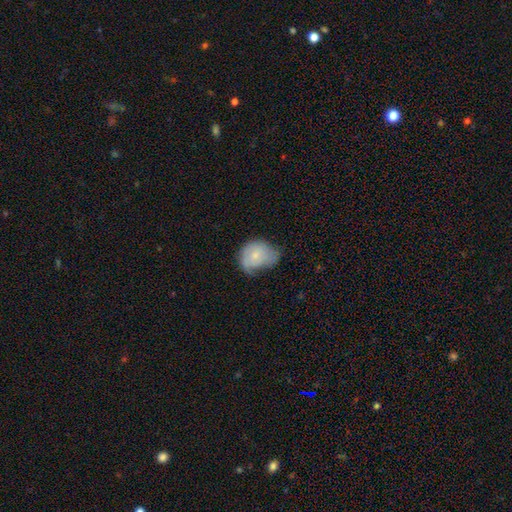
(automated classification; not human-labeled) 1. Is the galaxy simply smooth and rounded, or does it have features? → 63% smooth, 30% featured or disk, 7% star or artifact.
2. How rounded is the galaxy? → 56% in between, 43% round, 1% cigar-shaped.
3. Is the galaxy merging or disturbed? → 44% minor disturbance, 29% none, 25% major disturbance, 2% merger.